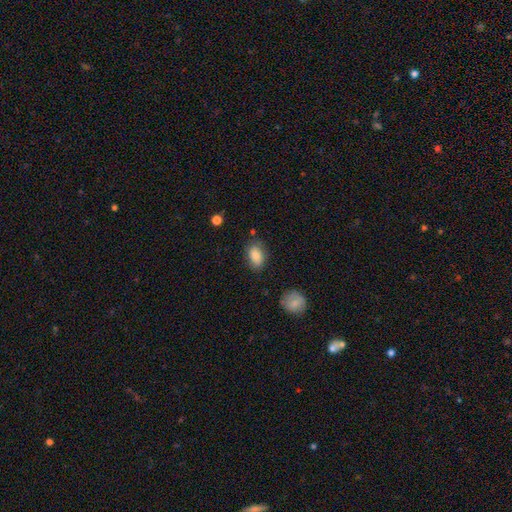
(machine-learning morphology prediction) This is clearly a smooth galaxy (84%). How rounded: clearly in between (89%). Merging: likely none (76%).